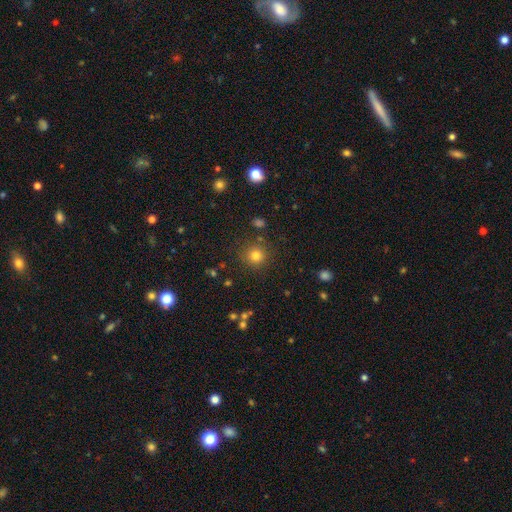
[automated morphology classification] The model was most divided on "smooth or featured": smooth: 79%, star or artifact: 15%, featured or disk: 6%. More confident: how rounded — round (94%); merging — none (86%).